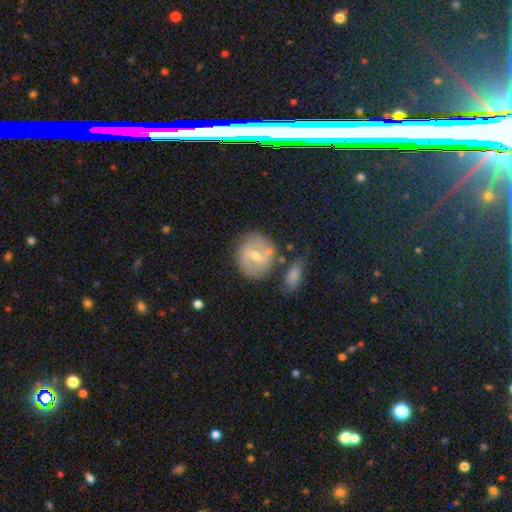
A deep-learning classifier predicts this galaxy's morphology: type=featured or disk (50%); merging=none (66%).